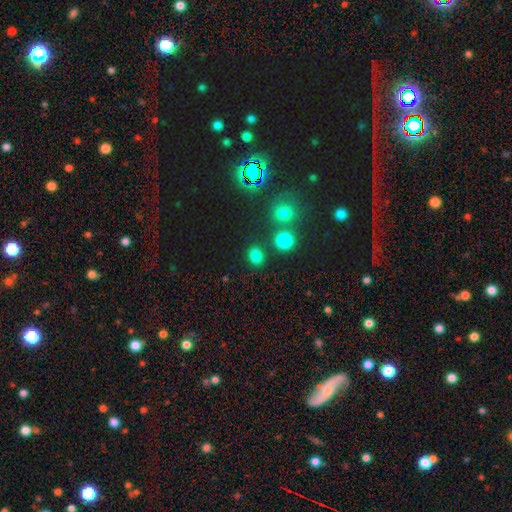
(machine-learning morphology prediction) Smooth or featured? Predicted: smooth (p=0.78). How rounded? Predicted: round (p=0.68). Merging? Predicted: none (p=0.79).